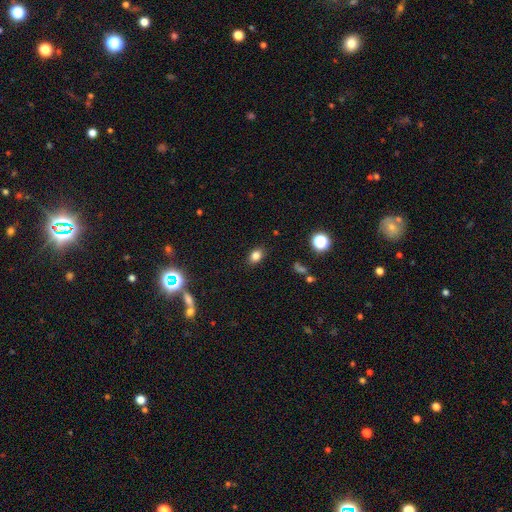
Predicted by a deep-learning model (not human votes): Smooth or featured: smooth — 81% (star or artifact — 12%)
How rounded: in between — 72% (round — 26%)
Merging: none — 87% (minor disturbance — 9%)